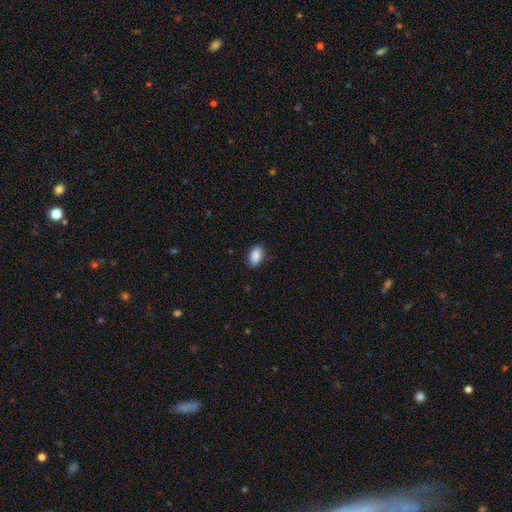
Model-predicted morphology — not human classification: type=smooth (89%); roundness=in between (92%); merging=none (87%).